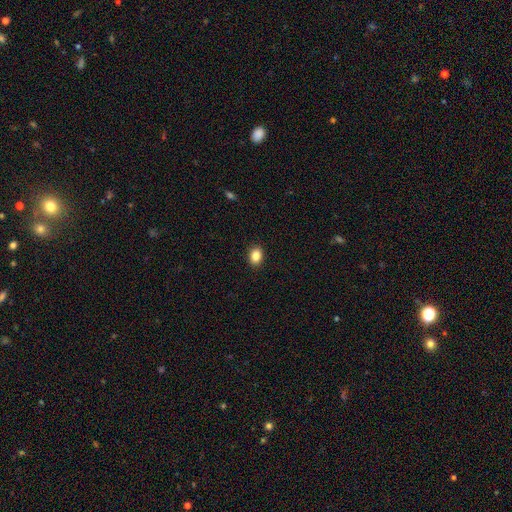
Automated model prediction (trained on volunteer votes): smooth 87%, star or artifact 9%, featured or disk 4%. Down the decision tree: how rounded — in between (71%); merging — none (90%).